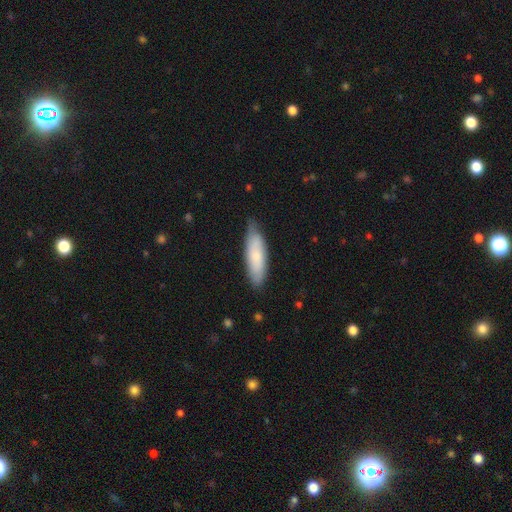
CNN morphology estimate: This is likely a smooth galaxy (75%). How rounded: possibly cigar-shaped (54%). Merging: likely none (78%).